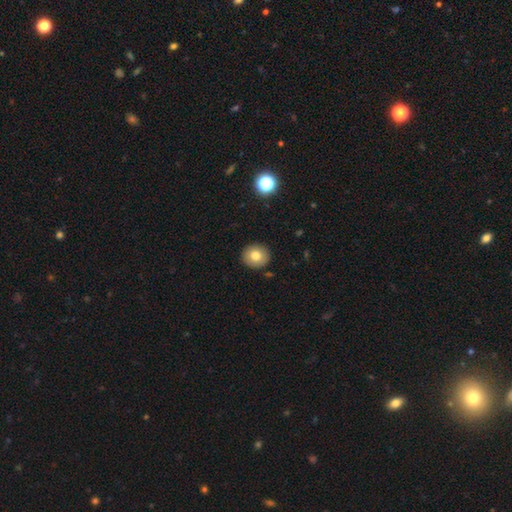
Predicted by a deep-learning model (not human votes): Smooth or featured: smooth — 77% (featured or disk — 13%)
How rounded: round — 86% (in between — 13%)
Merging: none — 90% (minor disturbance — 6%)